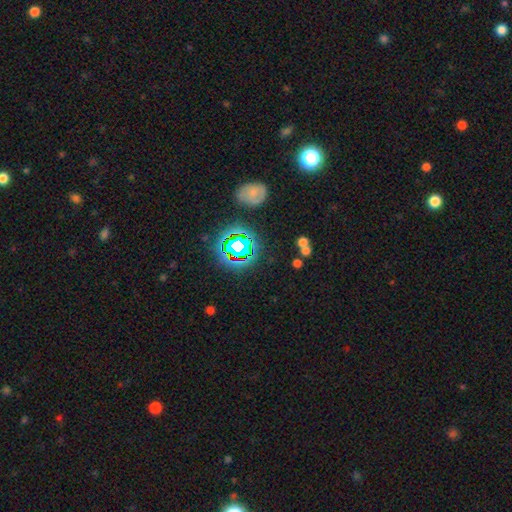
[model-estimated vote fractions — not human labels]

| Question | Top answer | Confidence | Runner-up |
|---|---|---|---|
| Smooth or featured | star or artifact | 72% | smooth (19%) |